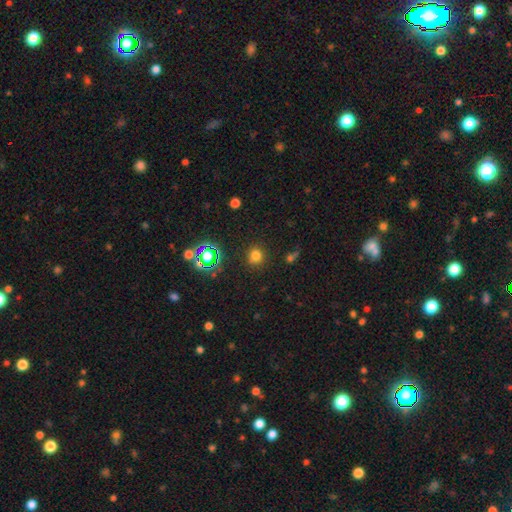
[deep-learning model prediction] The model was most divided on "smooth or featured": smooth: 74%, star or artifact: 21%, featured or disk: 6%. More confident: how rounded — round (88%); merging — none (87%).